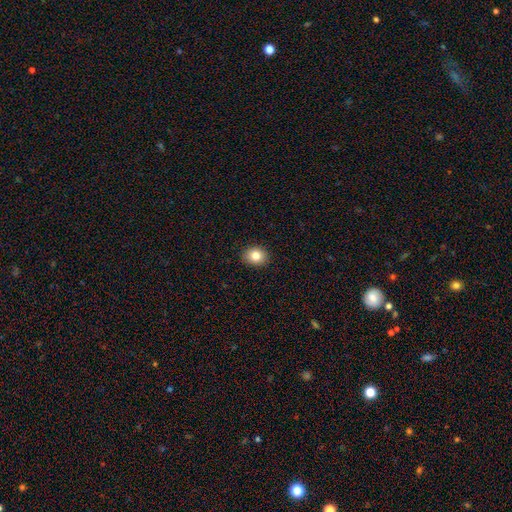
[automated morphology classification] smooth 82%, star or artifact 10%, featured or disk 8%. Down the decision tree: how rounded — round (61%); merging — none (91%).